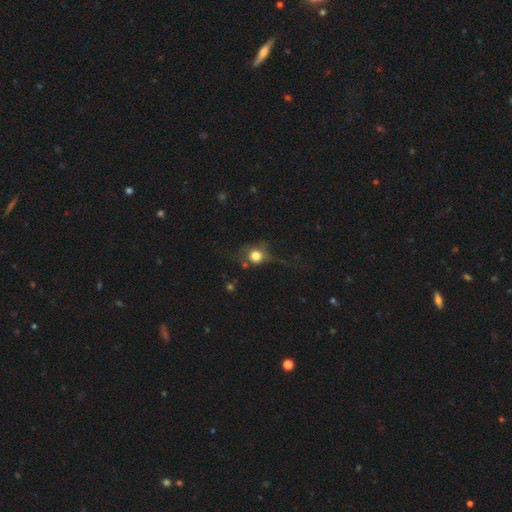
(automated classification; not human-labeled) A smooth galaxy with no disk features (72%) that is round (83%).

Vote fractions:
- Smooth or featured? smooth: 72% / featured or disk: 16% / star or artifact: 12%
- How rounded? round: 83% / in between: 15% / cigar-shaped: 2%
- Merging? none: 46% / major disturbance: 27% / minor disturbance: 23% / merger: 4%